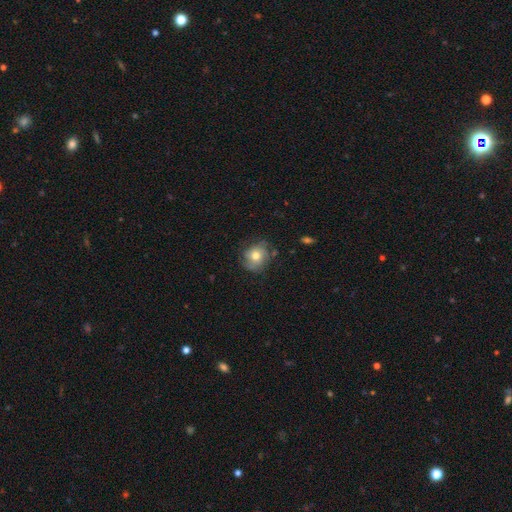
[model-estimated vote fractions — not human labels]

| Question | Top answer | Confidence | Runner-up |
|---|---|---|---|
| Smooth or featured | smooth | 53% | featured or disk (38%) |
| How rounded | round | 75% | in between (24%) |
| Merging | none | 67% | minor disturbance (22%) |